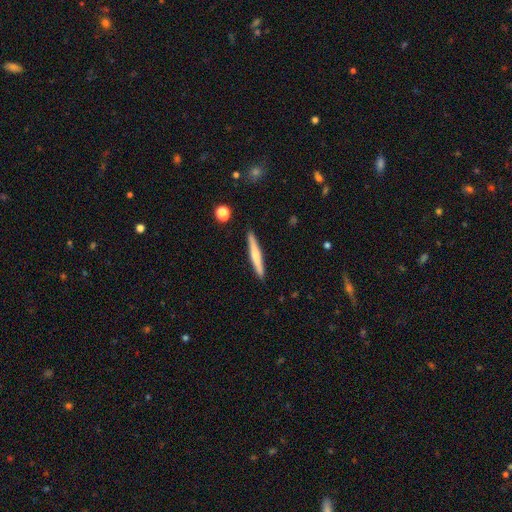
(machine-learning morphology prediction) Q: Smooth or featured?
A: smooth (53%); runner-up: featured or disk (41%)
Q: How rounded?
A: cigar-shaped (95%); runner-up: in between (4%)
Q: Merging?
A: none (90%); runner-up: minor disturbance (8%)